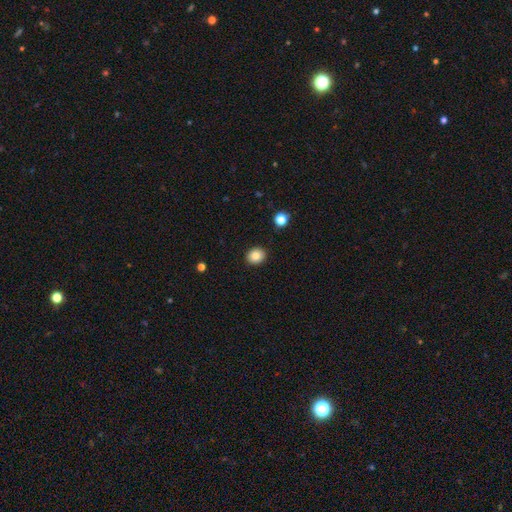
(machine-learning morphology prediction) The model was most divided on "how rounded": round: 70%, in between: 29%, cigar-shaped: 1%. More confident: merging — none (91%); smooth or featured — smooth (83%).